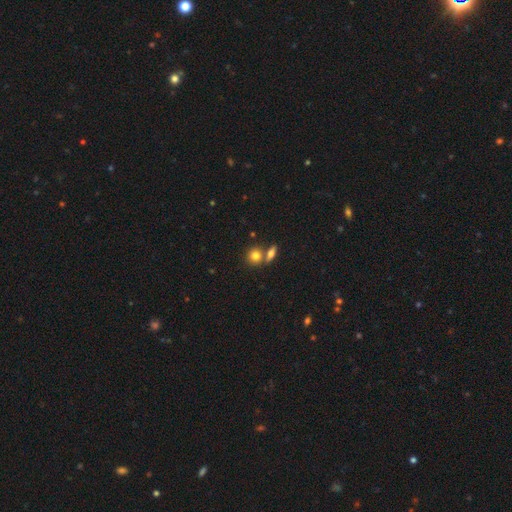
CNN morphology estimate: This is likely a smooth galaxy (79%). How rounded: likely round (77%). Merging: possibly none (56%).